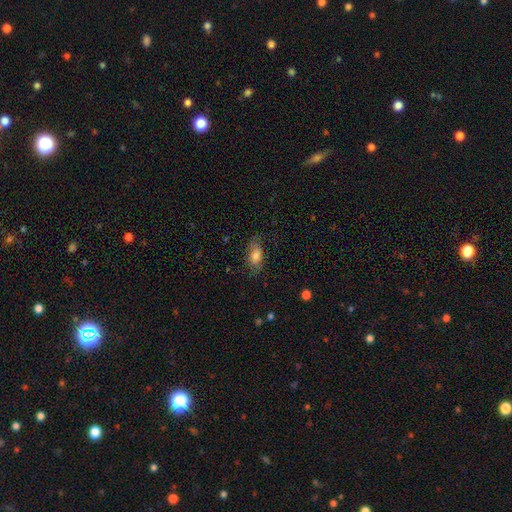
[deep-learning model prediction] Smooth or featured? Predicted: smooth (p=0.71). How rounded? Predicted: in between (p=0.87). Merging? Predicted: none (p=0.65).